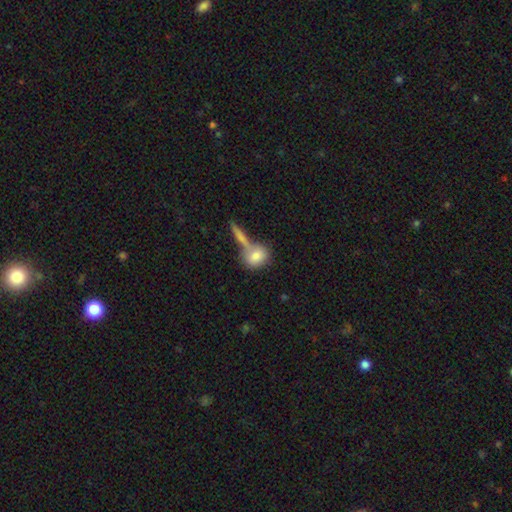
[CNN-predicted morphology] This is likely a smooth galaxy (77%). How rounded: possibly round (47%, tied with in between). Merging: possibly none (46%).